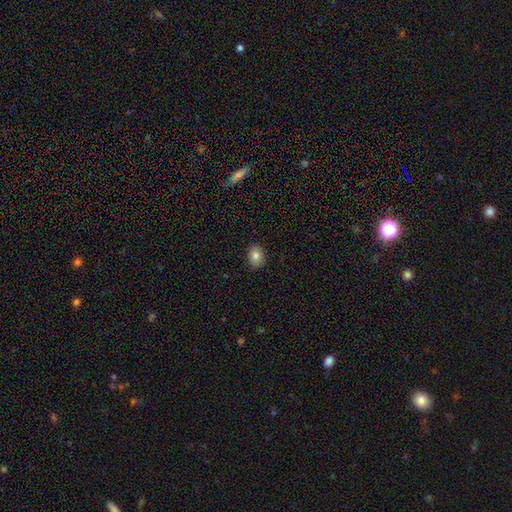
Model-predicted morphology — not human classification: smooth 84%, star or artifact 9%, featured or disk 7%. Down the decision tree: how rounded — in between (62%); merging — none (90%).